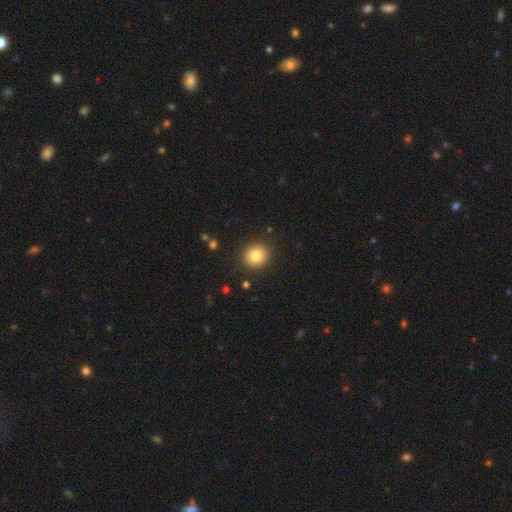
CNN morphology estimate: smooth-or-featured: smooth: 83% | star or artifact: 10% | featured or disk: 7%
  how-rounded: round: 87% | in between: 12% | cigar-shaped: 1%
  merging: none: 90% | minor disturbance: 7% | major disturbance: 2% | merger: 1%